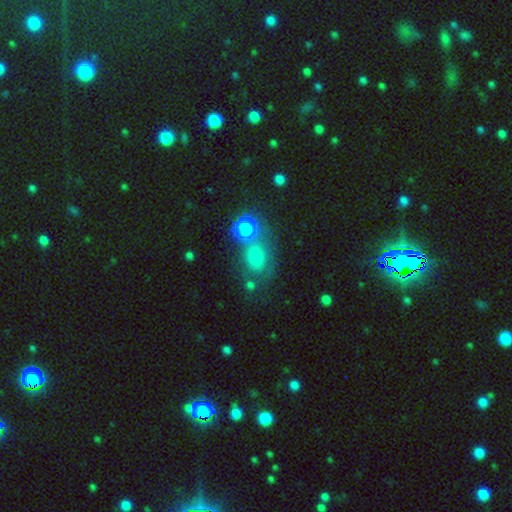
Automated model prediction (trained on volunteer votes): smooth-or-featured: smooth: 64% | featured or disk: 22% | star or artifact: 14%
  how-rounded: in between: 51% | round: 47% | cigar-shaped: 2%
  merging: none: 38% | merger: 33% | minor disturbance: 16% | major disturbance: 12%